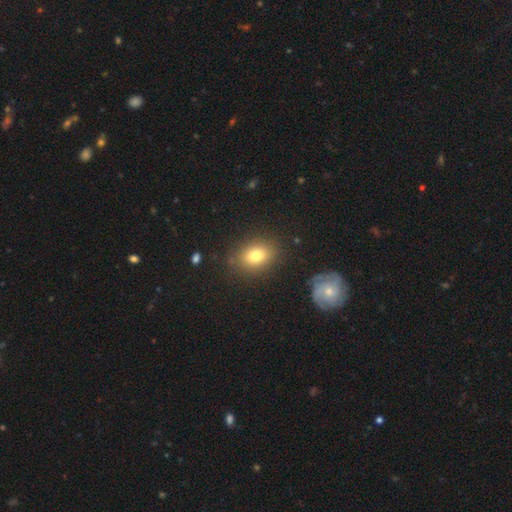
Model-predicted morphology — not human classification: Smooth or featured: smooth — 78% (featured or disk — 11%)
How rounded: in between — 69% (round — 29%)
Merging: none — 83% (minor disturbance — 11%)